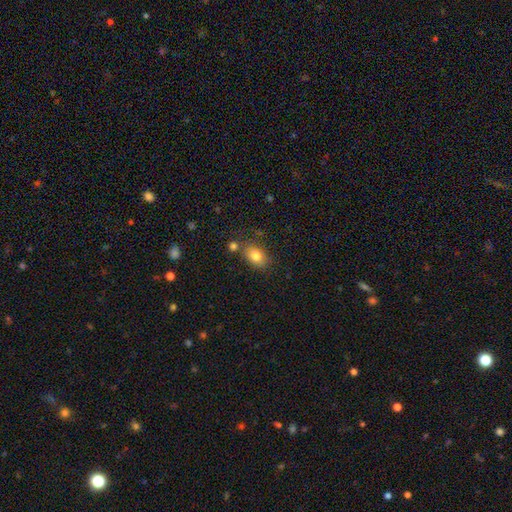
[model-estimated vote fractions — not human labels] The model was most divided on "merging": none: 73%, minor disturbance: 14%, merger: 9%, major disturbance: 4%. More confident: smooth or featured — smooth (81%); how rounded — in between (80%).